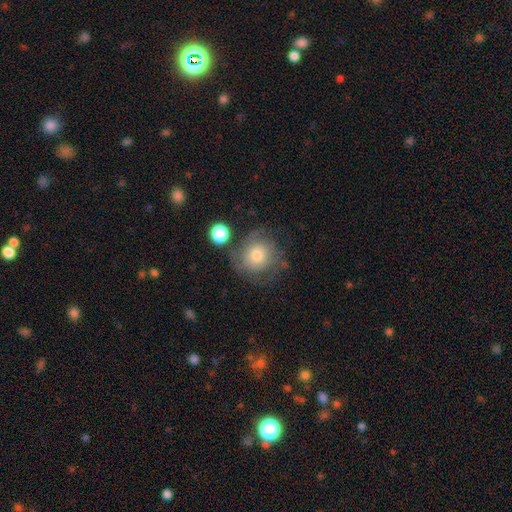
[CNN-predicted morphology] smooth-or-featured: smooth: 46% | featured or disk: 44% | star or artifact: 11%
  merging: none: 66% | minor disturbance: 19% | major disturbance: 11% | merger: 5%